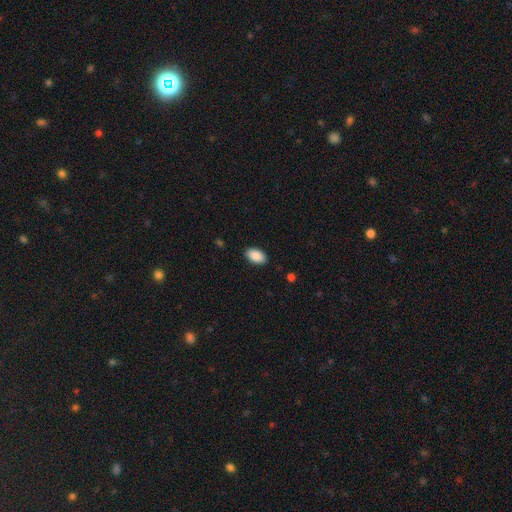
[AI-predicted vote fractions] A smooth galaxy with no disk features (90%) that is in between round and cigar-shaped (94%). Merging: none (89%).